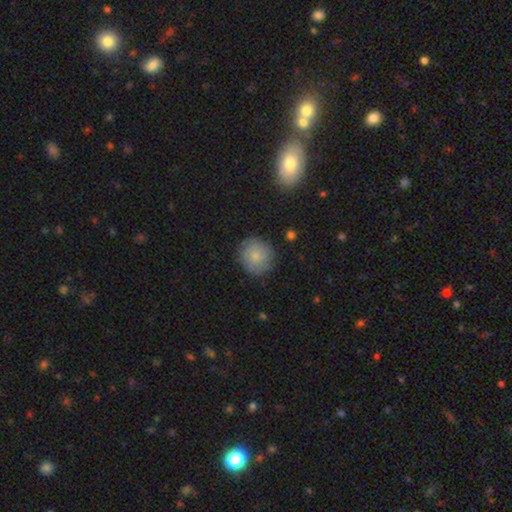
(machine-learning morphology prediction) smooth_or_featured: smooth (p=0.79) [alt: featured or disk p=0.14]
how_rounded: round (p=0.90) [alt: in between p=0.09]
merging: none (p=0.83) [alt: minor disturbance p=0.12]